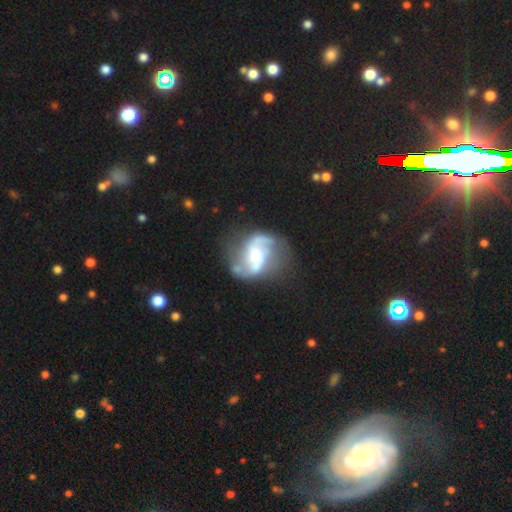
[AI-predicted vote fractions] Smooth or featured?
  - featured or disk: 86% *
  - smooth: 8%
  - star or artifact: 6%
Edge-on disk?
  - no: 98% *
  - yes: 2%
Bar?
  - weak: 42% *
  - no: 37%
  - strong: 21%
Spiral arms?
  - yes: 94% *
  - no: 6%
Spiral winding?
  - loose: 53% *
  - medium: 38%
  - tight: 9%
Spiral arm count?
  - 2: 89% *
  - can't tell: 4%
  - 1: 3%
  - 3: 2%
  - 4: 1%
  - more than 4: 1%
Bulge size?
  - moderate: 51% *
  - small: 28%
  - large: 14%
  - none: 5%
  - dominant: 2%
Merging?
  - none: 61% *
  - minor disturbance: 19%
  - major disturbance: 16%
  - merger: 5%